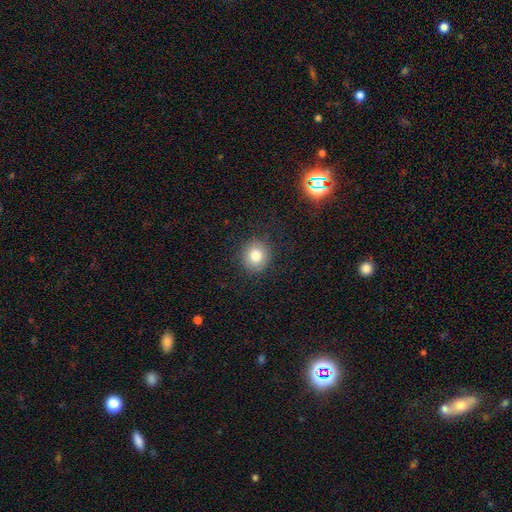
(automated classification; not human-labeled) Q: Smooth or featured?
A: smooth (80%); runner-up: star or artifact (11%)
Q: How rounded?
A: round (89%); runner-up: in between (10%)
Q: Merging?
A: none (88%); runner-up: minor disturbance (8%)